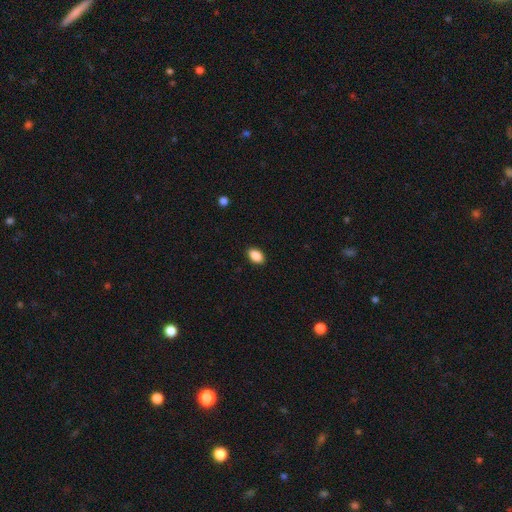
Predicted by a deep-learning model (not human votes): The model was most divided on "how rounded": in between: 90%, round: 9%, cigar-shaped: 1%. More confident: merging — none (90%); smooth or featured — smooth (89%).